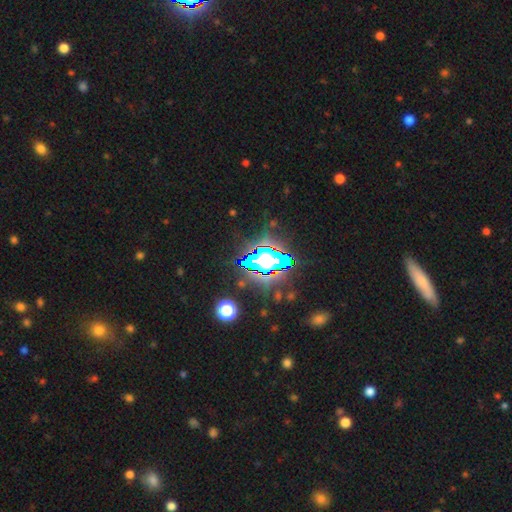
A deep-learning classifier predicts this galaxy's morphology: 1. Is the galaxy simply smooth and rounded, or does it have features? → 64% star or artifact, 21% smooth, 15% featured or disk.